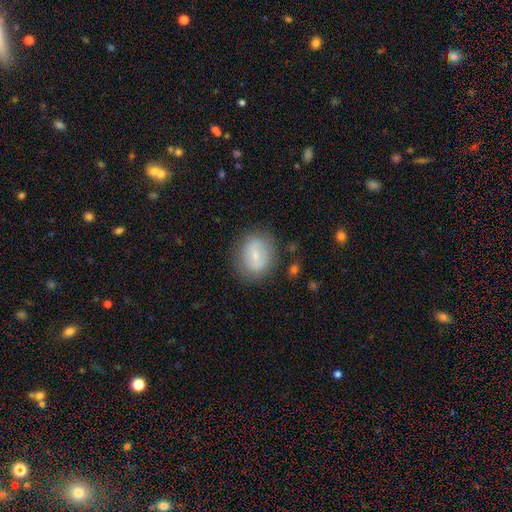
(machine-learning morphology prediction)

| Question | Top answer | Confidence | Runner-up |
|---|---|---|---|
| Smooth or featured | smooth | 59% | featured or disk (33%) |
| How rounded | round | 62% | in between (37%) |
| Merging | none | 78% | minor disturbance (14%) |